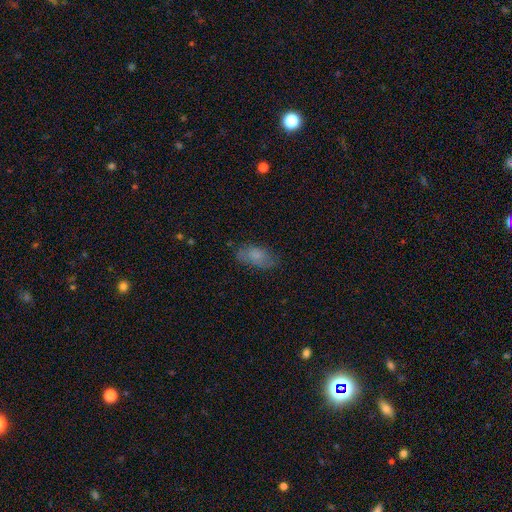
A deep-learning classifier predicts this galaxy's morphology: Overall: smooth (73%). How rounded: in between (89%). Merging: none (67%).